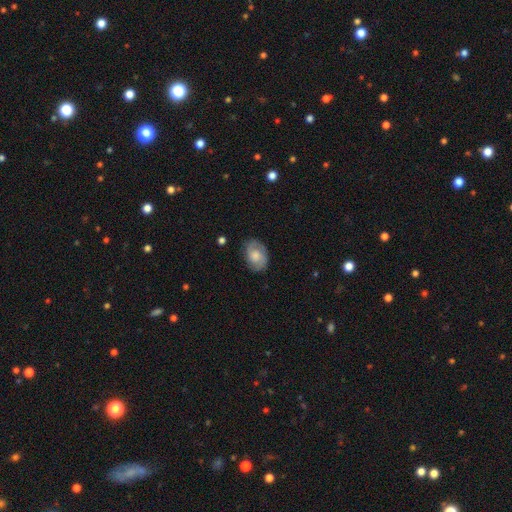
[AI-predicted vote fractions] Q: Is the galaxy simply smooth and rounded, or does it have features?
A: featured or disk — 50%.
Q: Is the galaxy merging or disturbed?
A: none — 79%.